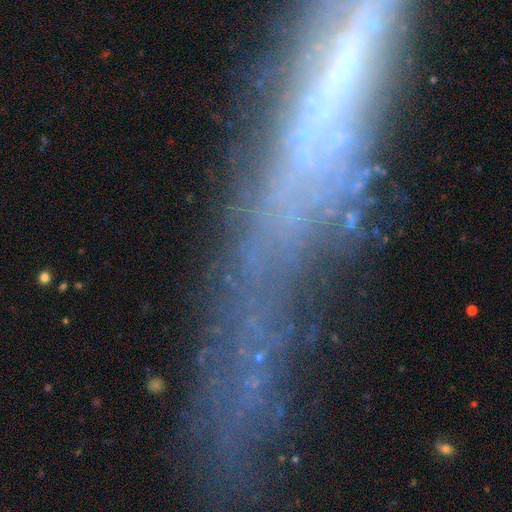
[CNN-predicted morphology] Smooth or featured?
  - featured or disk: 55% *
  - smooth: 23%
  - star or artifact: 22%
Edge-on disk?
  - yes: 56% *
  - no: 44%
Merging?
  - none: 50% *
  - major disturbance: 22%
  - minor disturbance: 20%
  - merger: 7%